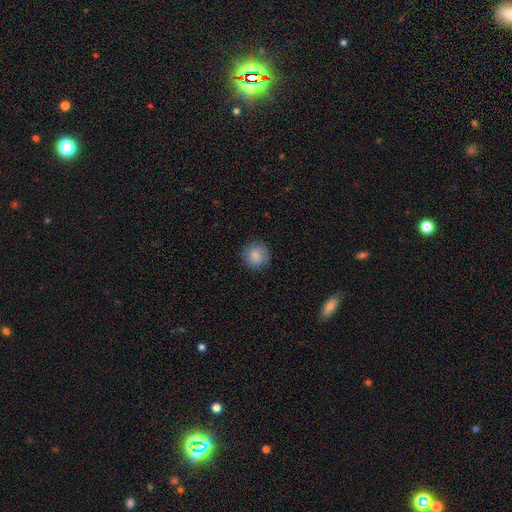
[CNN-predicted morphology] Smooth or featured? Predicted: smooth (p=0.86). How rounded? Predicted: round (p=0.93). Merging? Predicted: none (p=0.88).